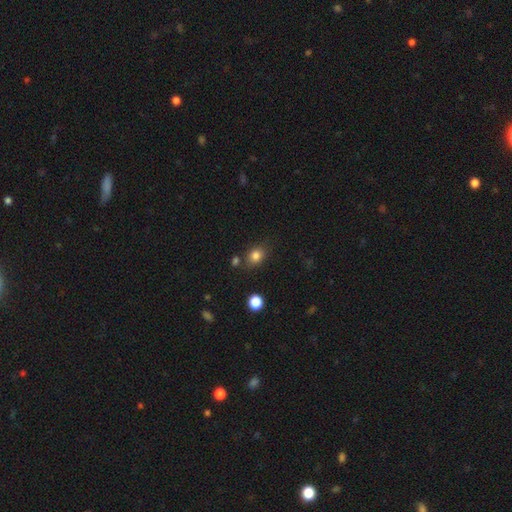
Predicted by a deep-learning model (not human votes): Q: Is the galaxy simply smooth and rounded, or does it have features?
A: smooth — 82%.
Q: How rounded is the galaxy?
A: in between — 52%.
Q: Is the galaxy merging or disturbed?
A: none — 74%.